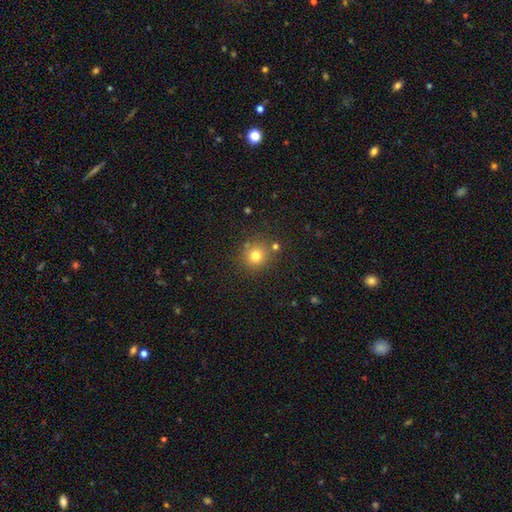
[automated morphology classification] This is likely a smooth galaxy (78%). How rounded: clearly round (91%). Merging: clearly none (80%).